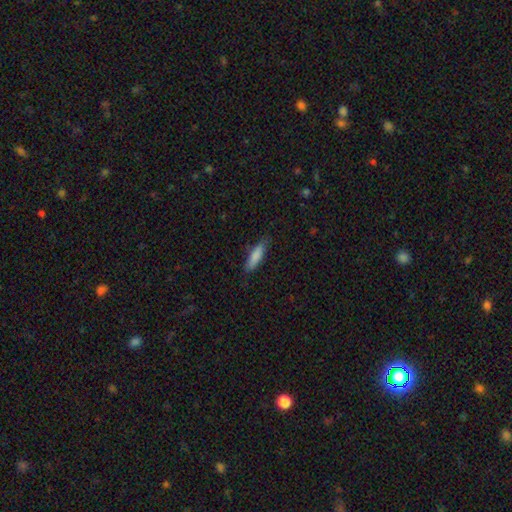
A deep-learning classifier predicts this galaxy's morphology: This appears to be a smooth galaxy with no disk features (84%) that is cigar-shaped (67%). Merging: none (79%).